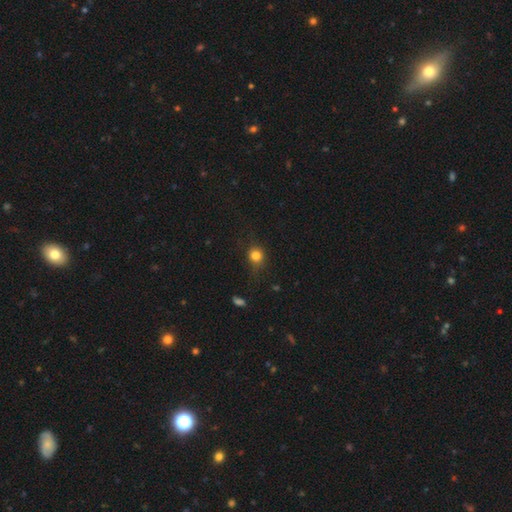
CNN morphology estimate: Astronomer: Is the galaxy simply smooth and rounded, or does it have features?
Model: smooth — 81%.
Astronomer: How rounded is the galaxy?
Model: round — 82%.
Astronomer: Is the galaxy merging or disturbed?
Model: none — 70%.